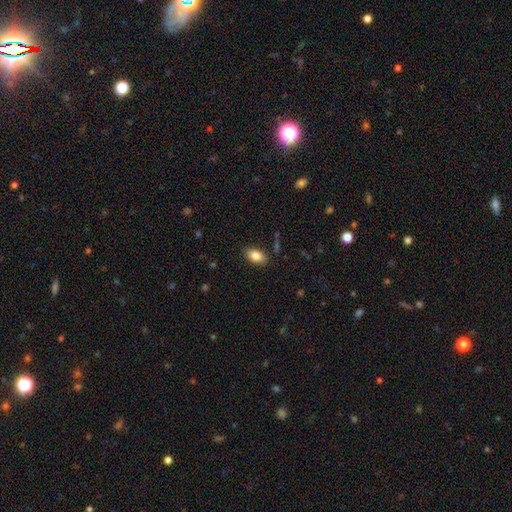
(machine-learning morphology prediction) The model was most divided on "merging": none: 85%, minor disturbance: 11%, major disturbance: 3%, merger: 2%. More confident: how rounded — in between (91%); smooth or featured — smooth (84%).